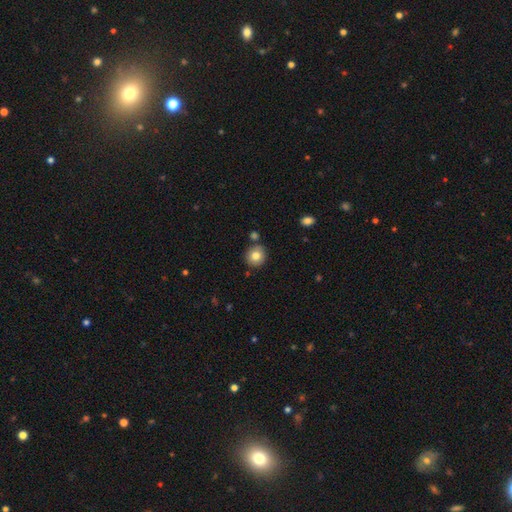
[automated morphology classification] This is likely a smooth galaxy (80%). How rounded: clearly round (91%). Merging: clearly none (81%).